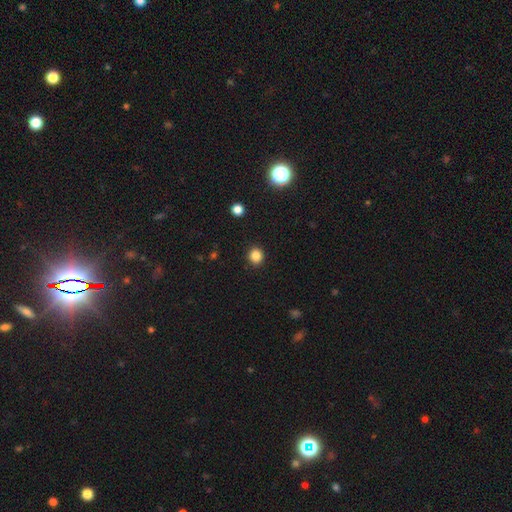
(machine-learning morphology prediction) Overall: smooth (84%). How rounded: round (87%). Merging: none (91%).